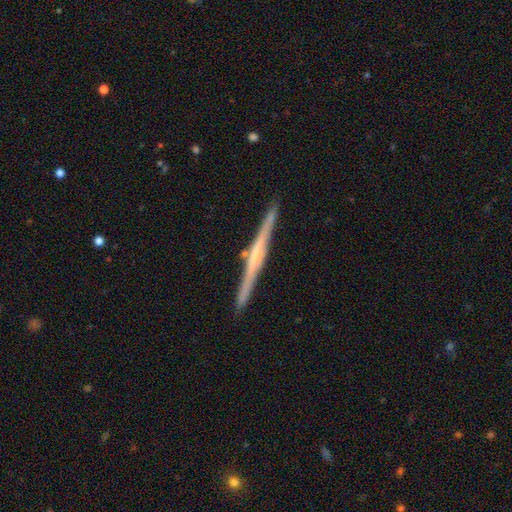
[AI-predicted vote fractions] This is likely a featured or disk galaxy (78%). It is clearly viewed edge-on (98%). Edge-on bulge: possibly rounded (55%). Merging: clearly none (91%).